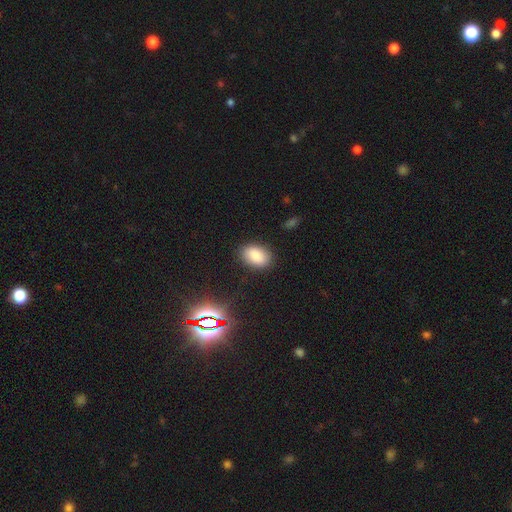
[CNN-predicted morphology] Smooth or featured?
  - smooth: 84% *
  - star or artifact: 10%
  - featured or disk: 6%
How rounded?
  - in between: 88% *
  - round: 10%
  - cigar-shaped: 1%
Merging?
  - none: 86% *
  - minor disturbance: 9%
  - major disturbance: 3%
  - merger: 1%